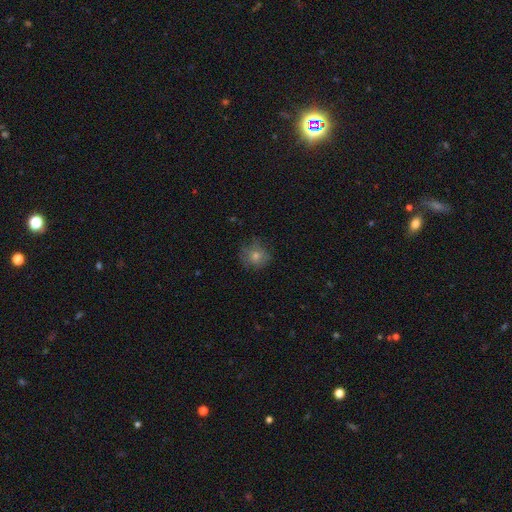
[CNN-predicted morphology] This appears to be a smooth galaxy with no disk features (62%) that is round (88%). Merging: none (77%).